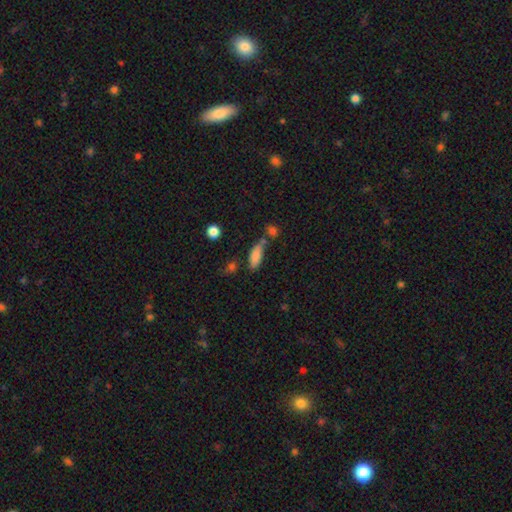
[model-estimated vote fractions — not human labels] Smooth or featured? Predicted: smooth (p=0.82). How rounded? Predicted: in between (p=0.71). Merging? Predicted: none (p=0.58).